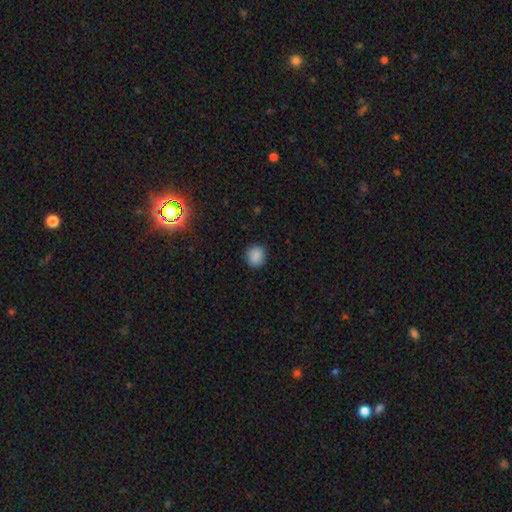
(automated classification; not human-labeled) A smooth galaxy with no disk features (87%) that is round (85%). Merging: none (89%).